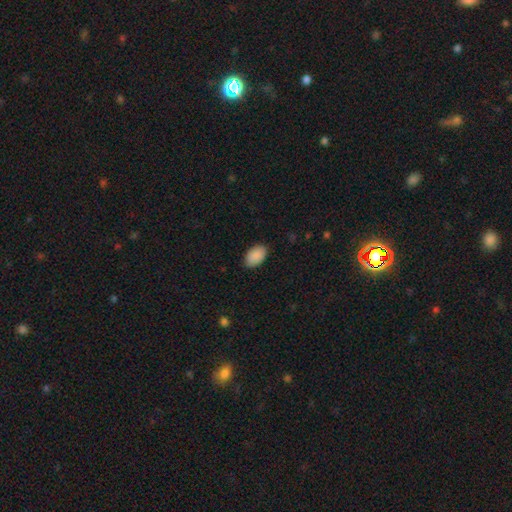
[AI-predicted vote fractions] smooth_or_featured: smooth (p=0.90) [alt: star or artifact p=0.07]
how_rounded: in between (p=0.91) [alt: round p=0.08]
merging: none (p=0.87) [alt: minor disturbance p=0.10]